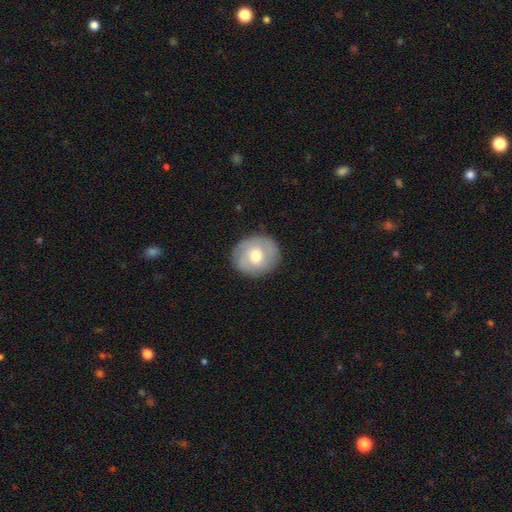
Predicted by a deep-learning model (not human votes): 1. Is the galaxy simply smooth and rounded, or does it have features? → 51% smooth, 42% featured or disk, 7% star or artifact.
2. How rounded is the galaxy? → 78% round, 21% in between, 1% cigar-shaped.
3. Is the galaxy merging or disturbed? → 84% none, 11% minor disturbance, 3% major disturbance, 1% merger.